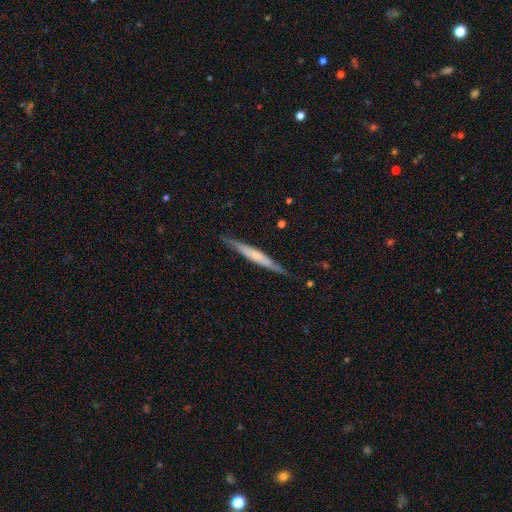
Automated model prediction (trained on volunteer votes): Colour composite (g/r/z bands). It shows a featured or disk galaxy (54%) viewed edge-on (94%) with no central bulge (51%). Merging: none (85%).